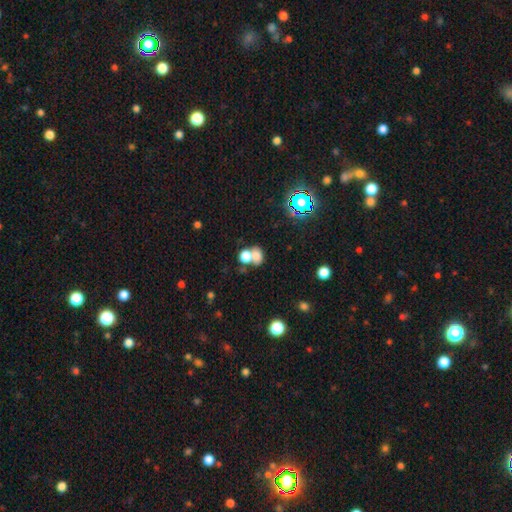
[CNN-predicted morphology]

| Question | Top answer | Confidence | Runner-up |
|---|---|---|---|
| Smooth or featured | smooth | 71% | star or artifact (16%) |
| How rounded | in between | 54% | round (44%) |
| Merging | merger | 55% | none (30%) |